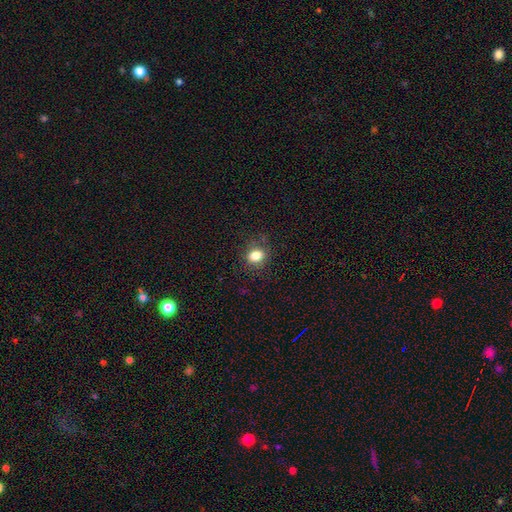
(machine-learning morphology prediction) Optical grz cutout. It shows a smooth galaxy with no disk features (82%) that is in between round and cigar-shaped (53%). Merging: none (83%).